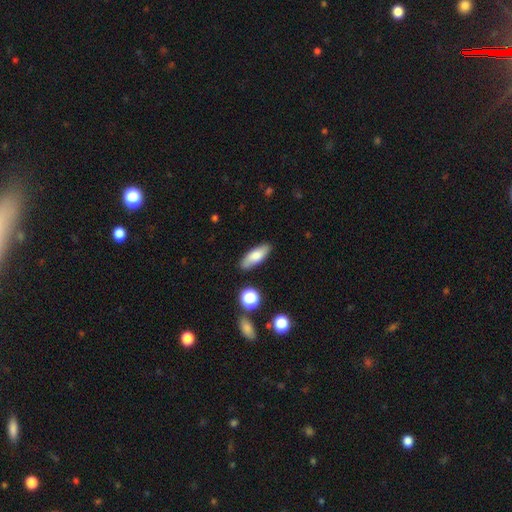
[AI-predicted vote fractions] smooth-or-featured: smooth: 76% | featured or disk: 16% | star or artifact: 7%
  how-rounded: in between: 66% | cigar-shaped: 32% | round: 3%
  merging: none: 84% | minor disturbance: 11% | major disturbance: 2% | merger: 2%